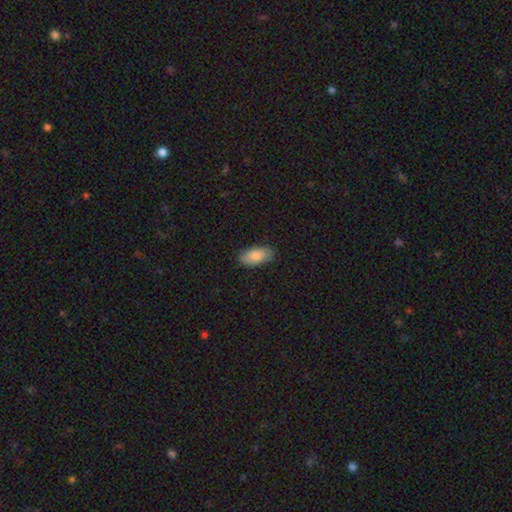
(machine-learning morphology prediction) smooth_or_featured: smooth (p=0.86) [alt: featured or disk p=0.08]
how_rounded: in between (p=0.89) [alt: cigar-shaped p=0.09]
merging: none (p=0.84) [alt: minor disturbance p=0.13]